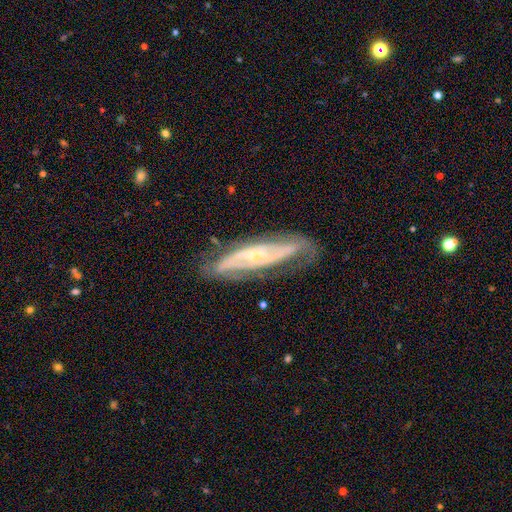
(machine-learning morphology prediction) Smooth or featured: featured or disk — 82% (smooth — 12%)
Edge-on disk: no — 75% (yes — 25%)
Bar: no — 47% (weak — 34%)
Spiral arms: yes — 93% (no — 7%)
Spiral winding: medium — 43% (tied with tight — 43%)
Spiral arm count: 2 — 56% (can't tell — 24%)
Bulge size: small — 69% (moderate — 21%)
Merging: none — 68% (minor disturbance — 21%)